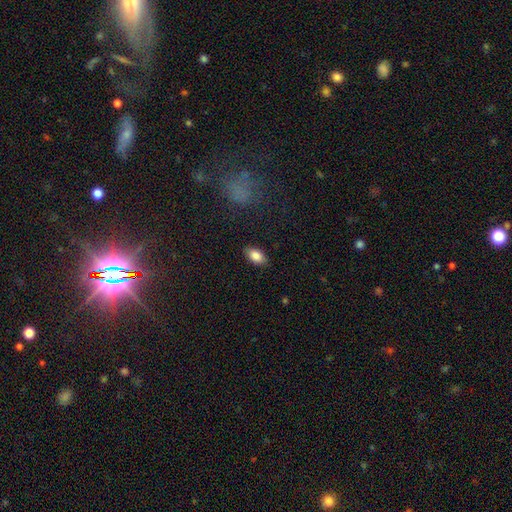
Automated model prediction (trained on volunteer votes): A smooth galaxy with no disk features (84%) that is in between round and cigar-shaped (92%). Merging: none (87%).